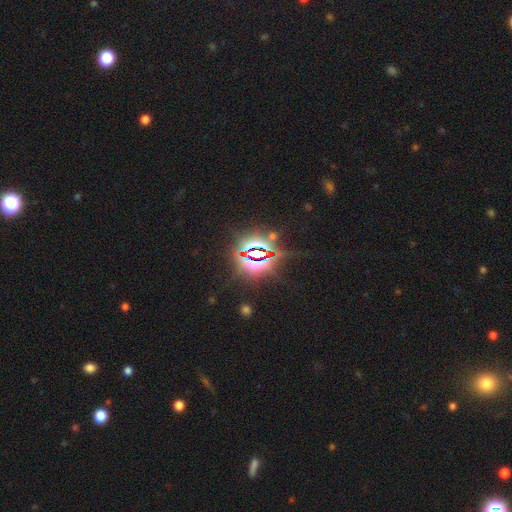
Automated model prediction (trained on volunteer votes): Q: Smooth or featured?
A: star or artifact (82%); runner-up: smooth (10%)